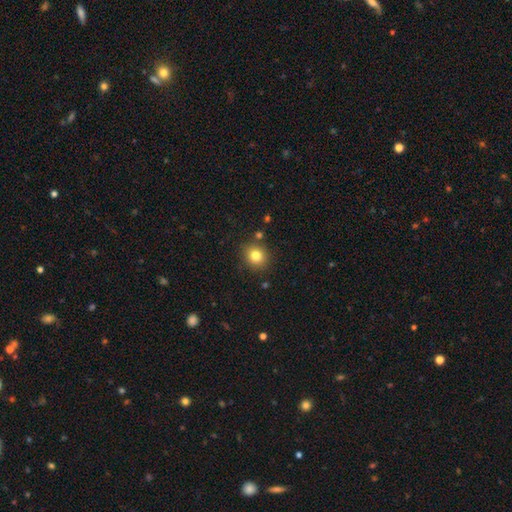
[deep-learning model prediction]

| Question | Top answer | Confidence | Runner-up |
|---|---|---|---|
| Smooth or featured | smooth | 80% | star or artifact (12%) |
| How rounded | round | 82% | in between (17%) |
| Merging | none | 84% | minor disturbance (9%) |